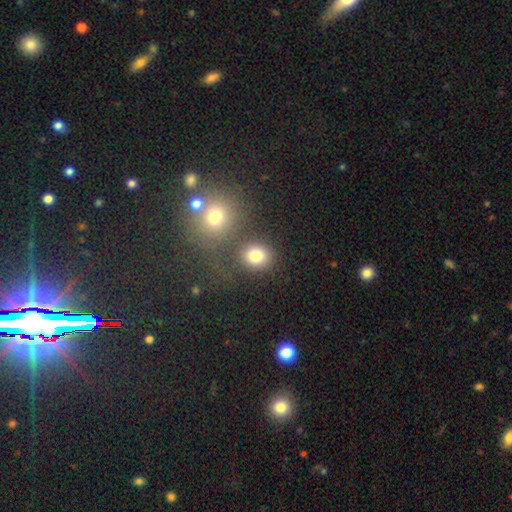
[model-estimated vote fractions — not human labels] Overall: smooth (79%). How rounded: round (76%). Merging: none (71%).